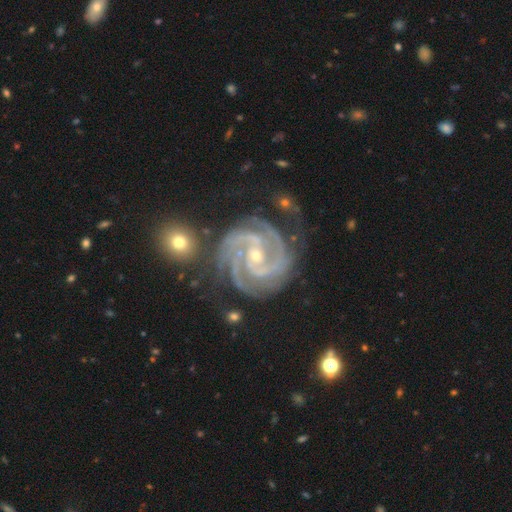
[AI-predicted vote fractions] Smooth or featured? featured or disk (94%)
Edge-on disk? no (98%)
Bar? no (45%)
Spiral arms? yes (99%)
Spiral winding? tight (69%)
Spiral arm count? 3 (43%)
Bulge size? small (69%)
Merging? none (71%)